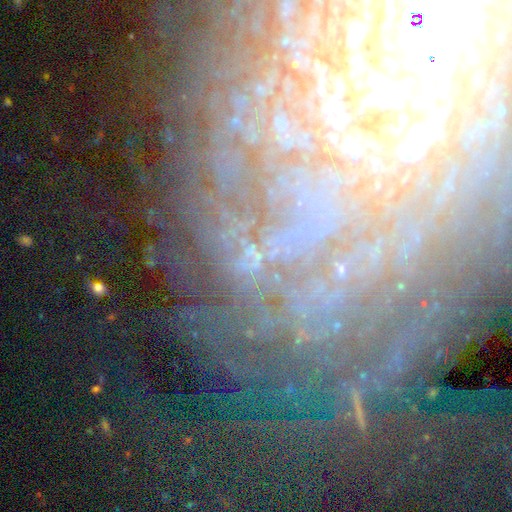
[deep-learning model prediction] Morphology: type=featured or disk (54%); edge-on=no (92%); merging=none (71%).